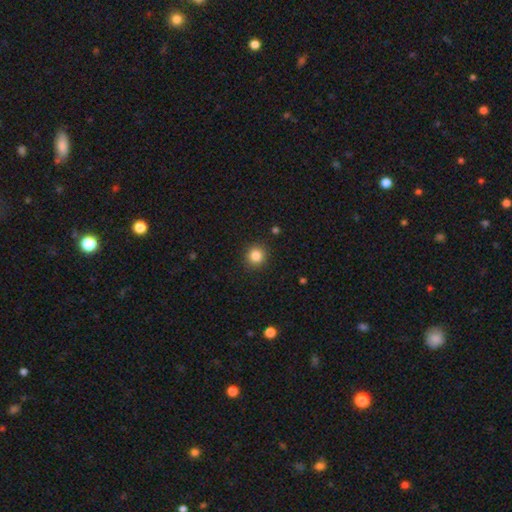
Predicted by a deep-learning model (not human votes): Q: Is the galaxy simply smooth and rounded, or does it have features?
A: smooth — 85%.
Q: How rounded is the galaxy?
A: round — 92%.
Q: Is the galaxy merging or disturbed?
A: none — 91%.